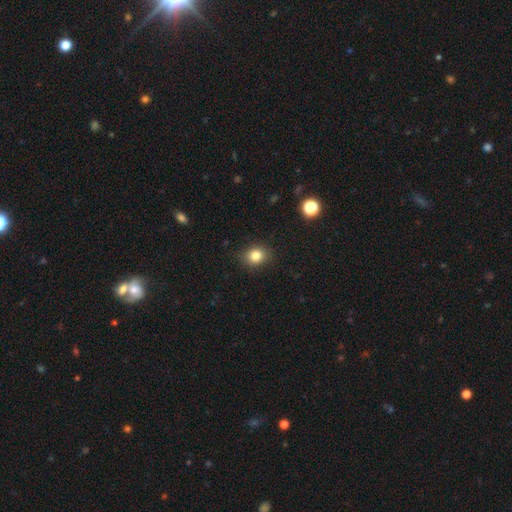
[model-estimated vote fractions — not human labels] The model was most divided on "how rounded": round: 65%, in between: 34%, cigar-shaped: 1%. More confident: merging — none (87%); smooth or featured — smooth (82%).